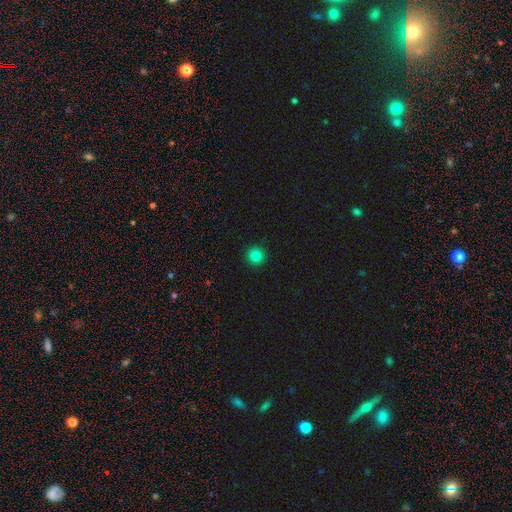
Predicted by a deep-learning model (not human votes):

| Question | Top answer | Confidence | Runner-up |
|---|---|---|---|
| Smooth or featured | smooth | 83% | star or artifact (12%) |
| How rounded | round | 94% | in between (5%) |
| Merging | none | 93% | minor disturbance (4%) |